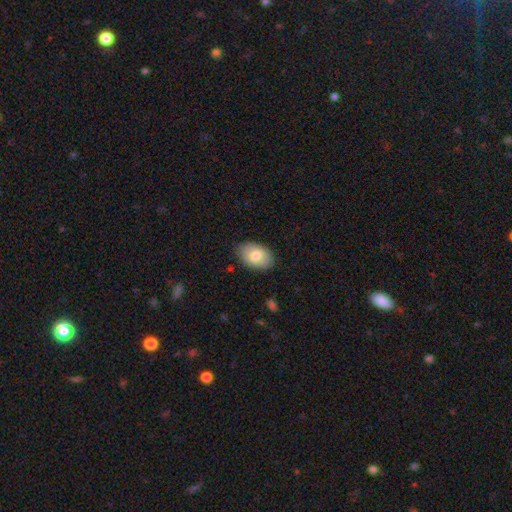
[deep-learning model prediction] The model was most divided on "smooth or featured": smooth: 80%, featured or disk: 14%, star or artifact: 7%. More confident: how rounded — in between (89%); merging — none (84%).